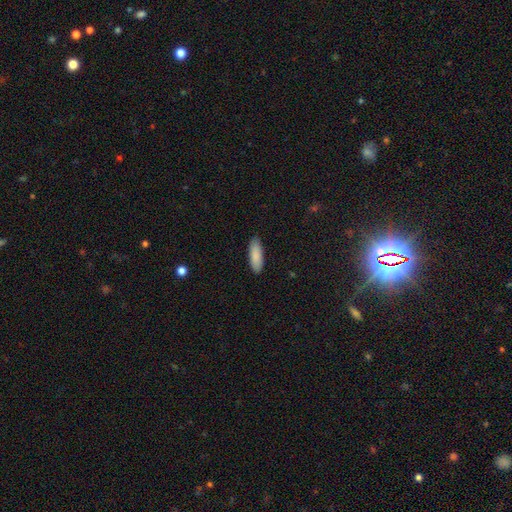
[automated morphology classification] type=smooth (89%); roundness=in between (63%); merging=none (88%).